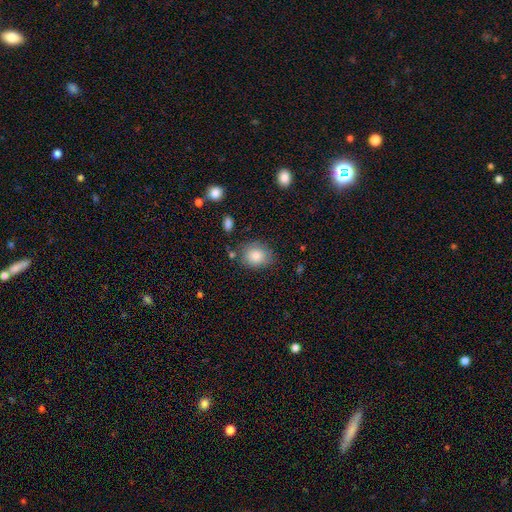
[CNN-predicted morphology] smooth-or-featured: smooth: 84% | star or artifact: 8% | featured or disk: 8%
  how-rounded: round: 50% | in between: 49% | cigar-shaped: 1%
  merging: none: 76% | minor disturbance: 16% | major disturbance: 4% | merger: 4%